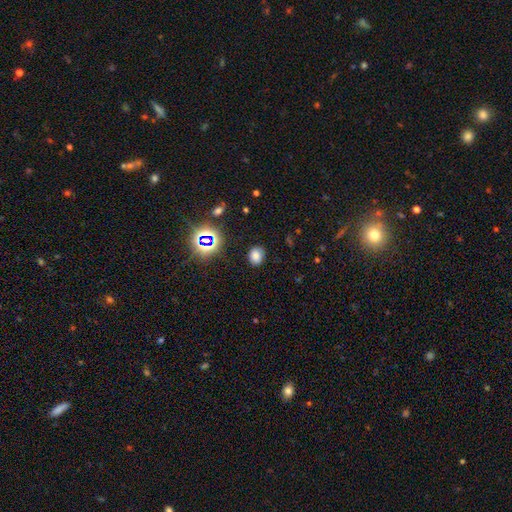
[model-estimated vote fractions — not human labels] Morphology: type=smooth (72%); roundness=round (52%); merging=none (85%).